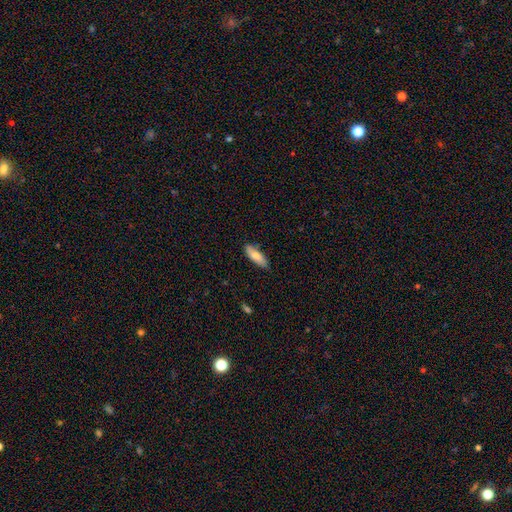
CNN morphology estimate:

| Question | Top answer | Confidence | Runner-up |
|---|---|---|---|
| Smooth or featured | smooth | 77% | featured or disk (17%) |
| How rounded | in between | 60% | cigar-shaped (38%) |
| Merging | none | 80% | minor disturbance (16%) |